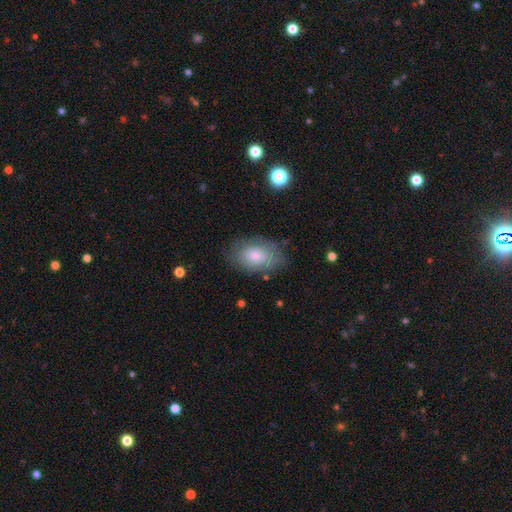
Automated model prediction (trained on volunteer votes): Smooth or featured? smooth (69%)
How rounded? in between (88%)
Merging? none (73%)